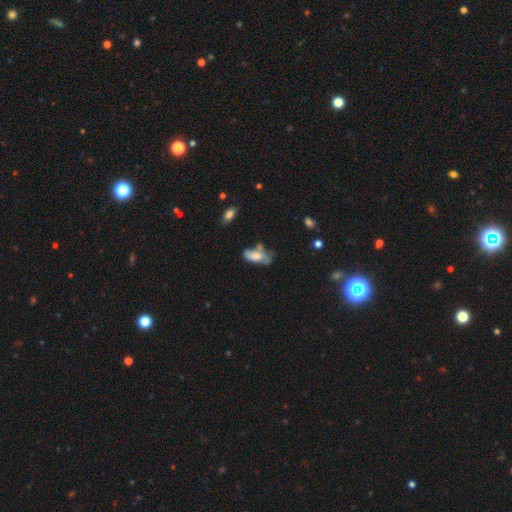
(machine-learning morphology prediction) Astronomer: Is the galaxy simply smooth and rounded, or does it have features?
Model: smooth — 60%.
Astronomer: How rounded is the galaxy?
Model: in between — 86%.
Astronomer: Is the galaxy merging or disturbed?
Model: none — 32%, tied with minor disturbance at 32%.